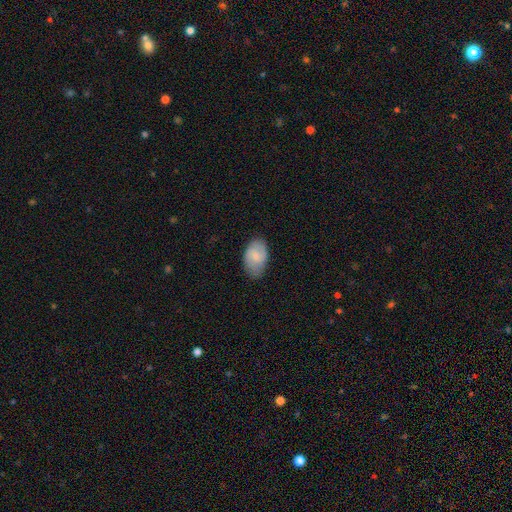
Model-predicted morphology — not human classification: Smooth or featured? smooth (69%)
How rounded? in between (92%)
Merging? none (69%)